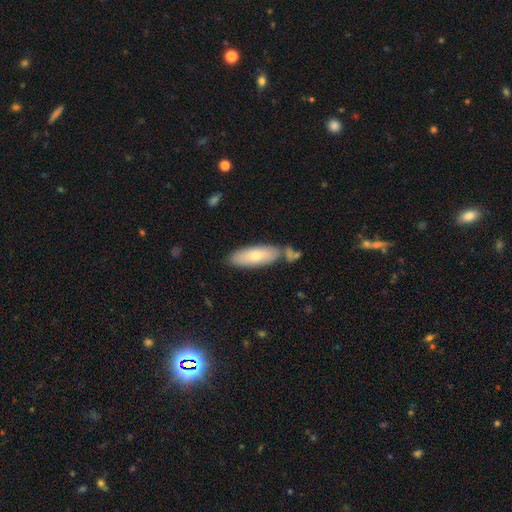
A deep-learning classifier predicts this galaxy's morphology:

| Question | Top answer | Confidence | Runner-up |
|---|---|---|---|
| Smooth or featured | smooth | 69% | featured or disk (25%) |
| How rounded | in between | 61% | cigar-shaped (37%) |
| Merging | none | 71% | minor disturbance (15%) |